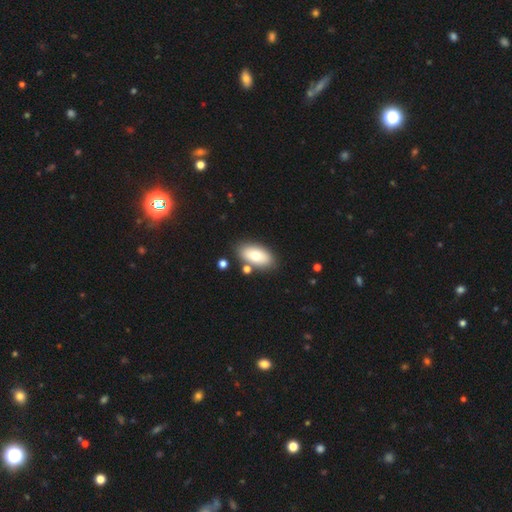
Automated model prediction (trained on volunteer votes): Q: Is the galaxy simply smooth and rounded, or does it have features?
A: smooth — 73%.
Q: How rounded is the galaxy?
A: in between — 92%.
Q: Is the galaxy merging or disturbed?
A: none — 80%.